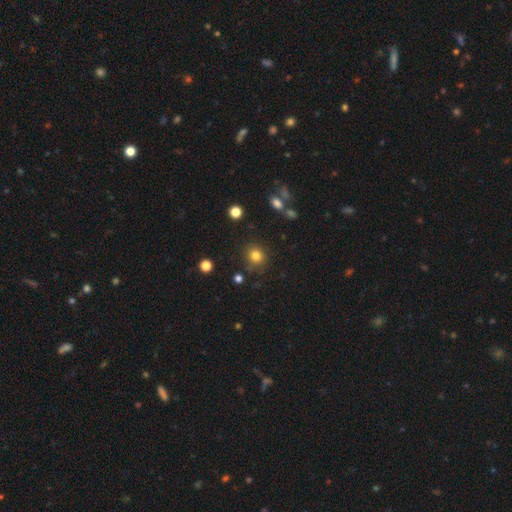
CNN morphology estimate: type=smooth (82%); roundness=round (86%); merging=none (83%).